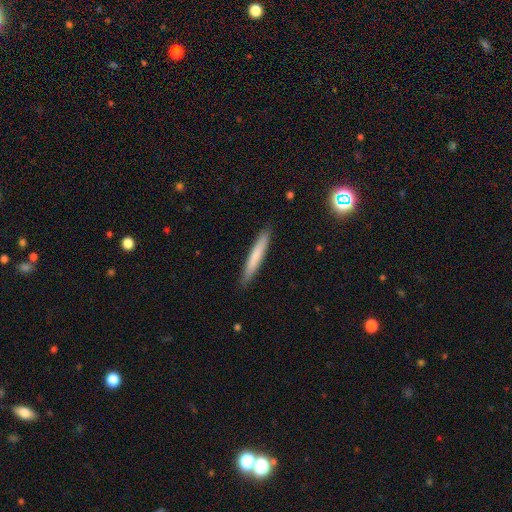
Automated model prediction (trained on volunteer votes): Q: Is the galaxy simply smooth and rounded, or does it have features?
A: smooth — 72%.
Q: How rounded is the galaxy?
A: cigar-shaped — 95%.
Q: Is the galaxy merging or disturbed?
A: none — 90%.